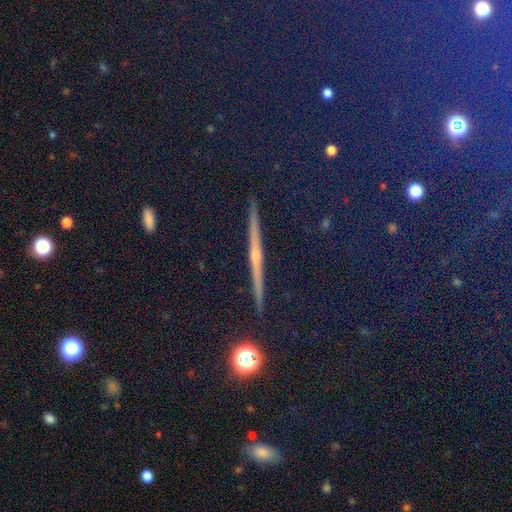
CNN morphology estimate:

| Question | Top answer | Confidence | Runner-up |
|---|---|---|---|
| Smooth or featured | featured or disk | 44% | star or artifact (38%) |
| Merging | none | 91% | minor disturbance (5%) |